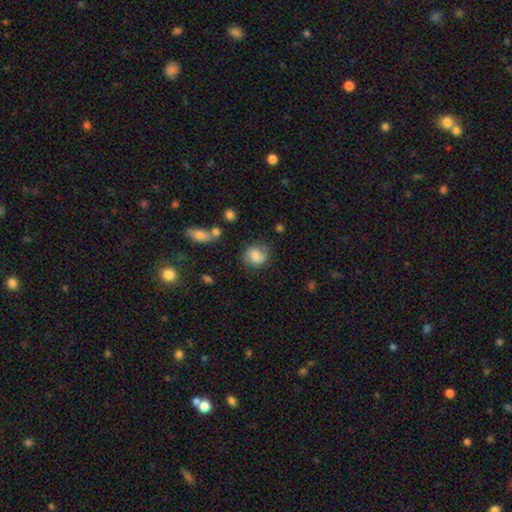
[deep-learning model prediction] A smooth galaxy with no disk features (56%) that is round (70%).

Vote fractions:
- Smooth or featured? smooth: 56% / featured or disk: 35% / star or artifact: 9%
- How rounded? round: 70% / in between: 29% / cigar-shaped: 1%
- Merging? none: 70% / minor disturbance: 20% / major disturbance: 8% / merger: 3%